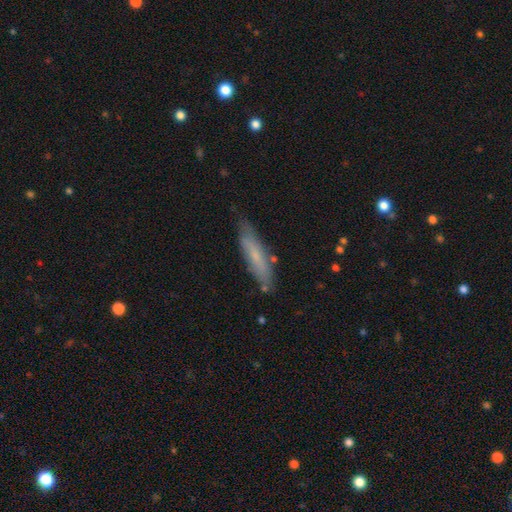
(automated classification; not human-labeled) Smooth or featured?
  - smooth: 64% *
  - featured or disk: 30%
  - star or artifact: 7%
How rounded?
  - cigar-shaped: 79% *
  - in between: 20%
  - round: 1%
Merging?
  - none: 76% *
  - minor disturbance: 18%
  - major disturbance: 3%
  - merger: 2%